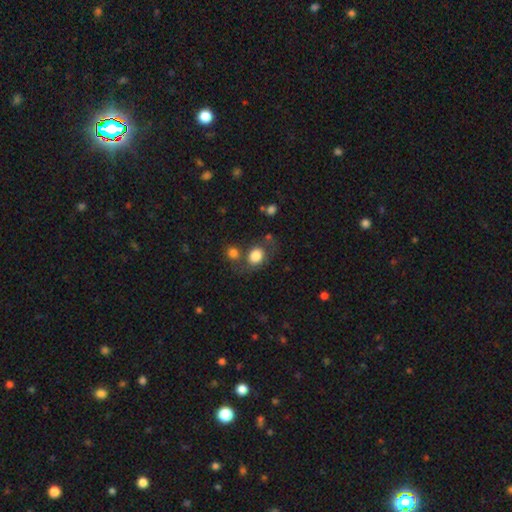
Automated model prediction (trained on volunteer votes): This is clearly a smooth galaxy (80%). How rounded: possibly round (57%). Merging: possibly none (56%).